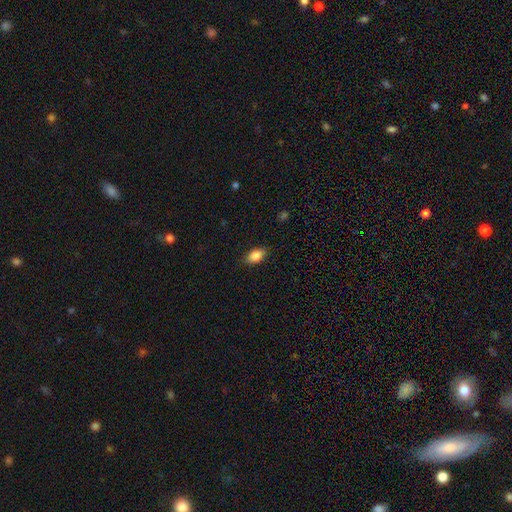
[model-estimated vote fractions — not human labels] A smooth galaxy with no disk features (85%) that is in between round and cigar-shaped (88%).

Vote fractions:
- Smooth or featured? smooth: 85% / star or artifact: 8% / featured or disk: 7%
- How rounded? in between: 88% / round: 8% / cigar-shaped: 5%
- Merging? none: 85% / minor disturbance: 11% / major disturbance: 3% / merger: 1%